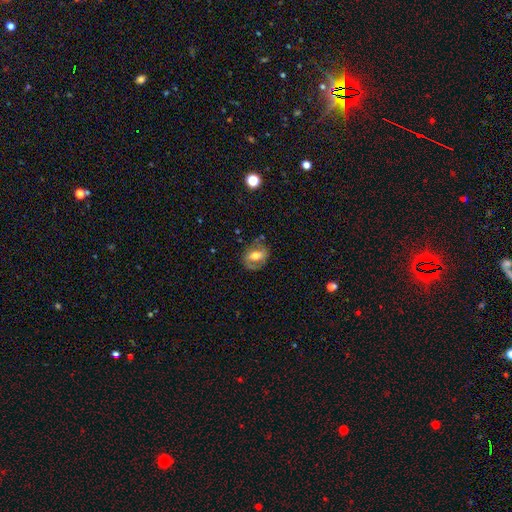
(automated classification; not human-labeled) featured or disk 54%, smooth 38%, star or artifact 8%. Down the decision tree: edge-on disk — no (92%); merging — none (67%).